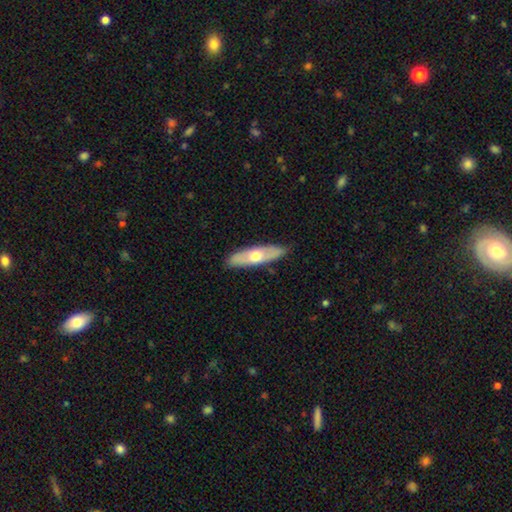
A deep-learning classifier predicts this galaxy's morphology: Smooth or featured: smooth — 51% (featured or disk — 44%)
How rounded: cigar-shaped — 54% (in between — 44%)
Merging: none — 85% (minor disturbance — 12%)